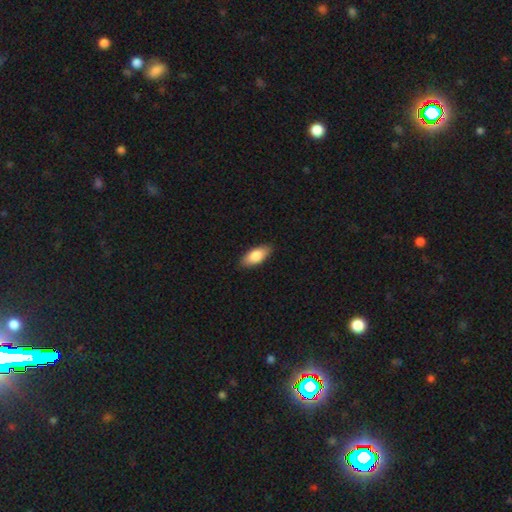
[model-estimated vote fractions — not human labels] Smooth or featured? smooth (83%)
How rounded? in between (85%)
Merging? none (88%)